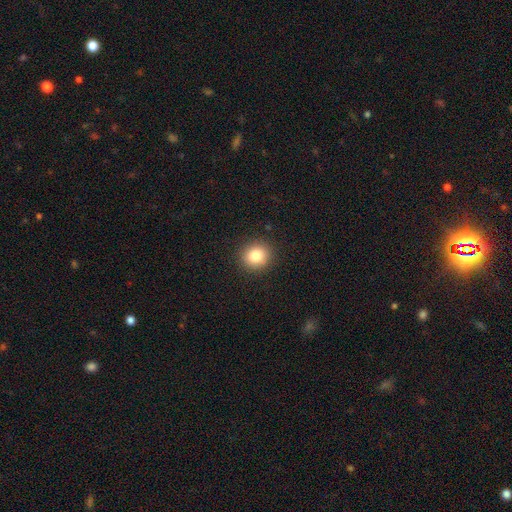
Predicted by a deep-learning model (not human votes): Morphology: type=smooth (83%); roundness=round (87%); merging=none (91%).